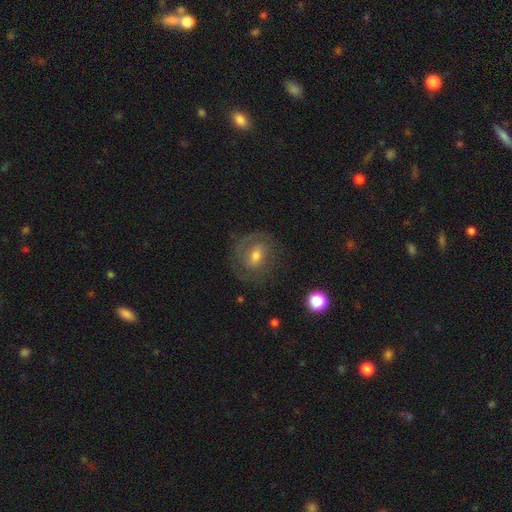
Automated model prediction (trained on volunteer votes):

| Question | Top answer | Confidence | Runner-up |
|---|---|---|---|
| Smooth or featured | featured or disk | 55% | smooth (35%) |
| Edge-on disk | no | 95% | yes (5%) |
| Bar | weak | 43% | no (42%) |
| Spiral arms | yes | 68% | no (32%) |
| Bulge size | moderate | 63% | small (26%) |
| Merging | none | 67% | minor disturbance (18%) |